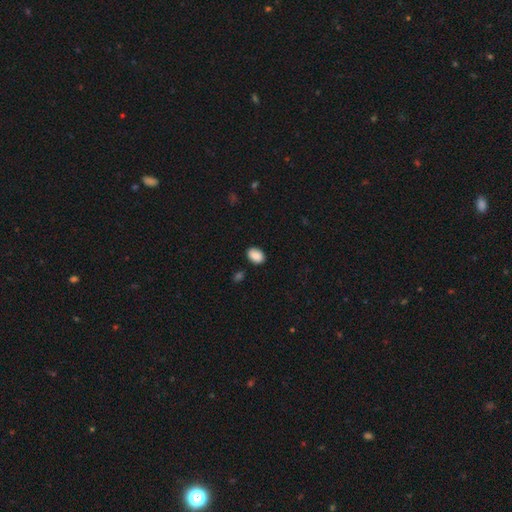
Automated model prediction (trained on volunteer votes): A smooth galaxy with no disk features (88%) that is in between round and cigar-shaped (80%). Merging: none (86%).